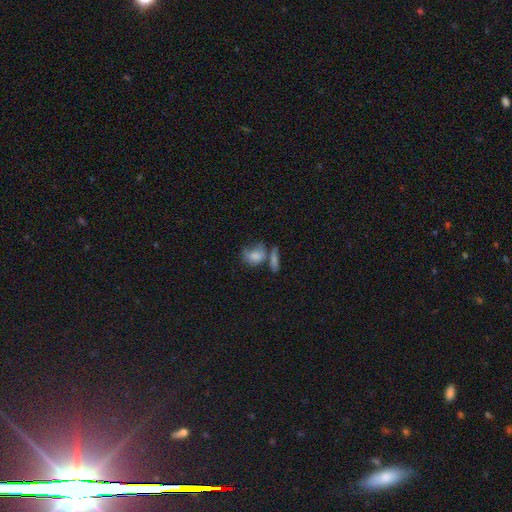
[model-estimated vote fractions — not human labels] A smooth galaxy with no disk features (60%) that is in between round and cigar-shaped (57%).

Vote fractions:
- Smooth or featured? smooth: 60% / featured or disk: 24% / star or artifact: 16%
- How rounded? in between: 57% / round: 38% / cigar-shaped: 5%
- Merging? none: 39% / merger: 30% / minor disturbance: 18% / major disturbance: 12%